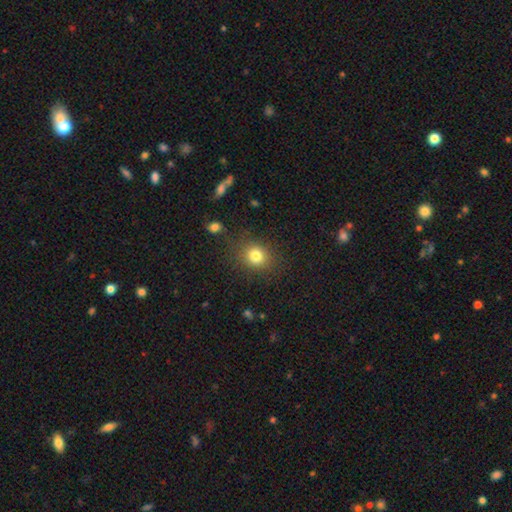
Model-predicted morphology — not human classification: smooth 81%, star or artifact 12%, featured or disk 7%. Down the decision tree: how rounded — round (74%); merging — none (82%).